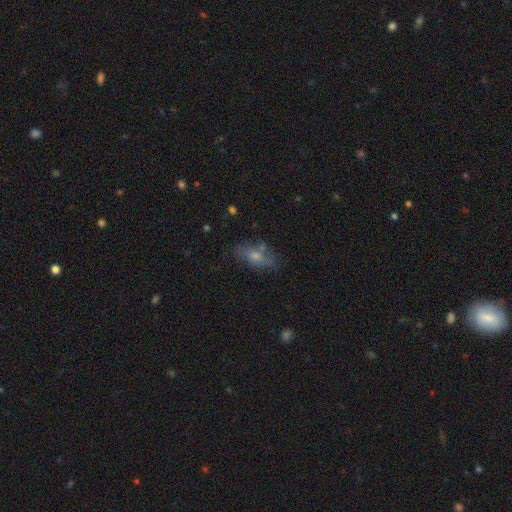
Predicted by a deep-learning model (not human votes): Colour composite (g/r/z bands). It shows a smooth galaxy with no disk features (49%). Merging: none (69%).